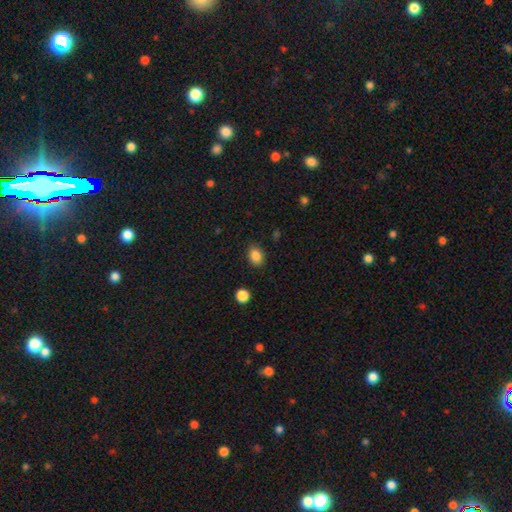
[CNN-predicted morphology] A smooth galaxy with no disk features (86%) that is in between round and cigar-shaped (65%). Merging: none (87%).